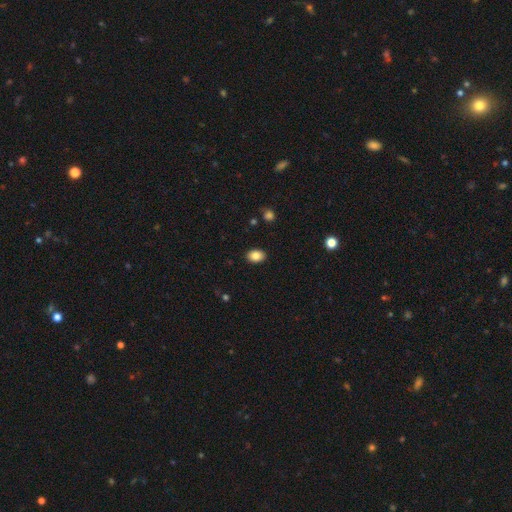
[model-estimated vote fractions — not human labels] Smooth or featured? smooth (85%)
How rounded? in between (79%)
Merging? none (89%)